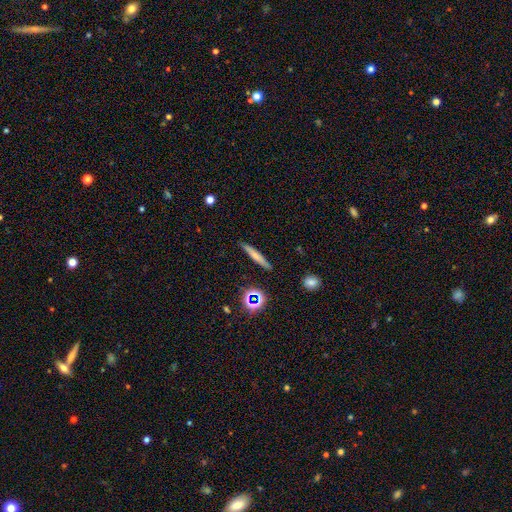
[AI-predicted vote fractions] This appears to be a smooth galaxy with no disk features (62%) that is cigar-shaped (91%). Merging: none (86%).